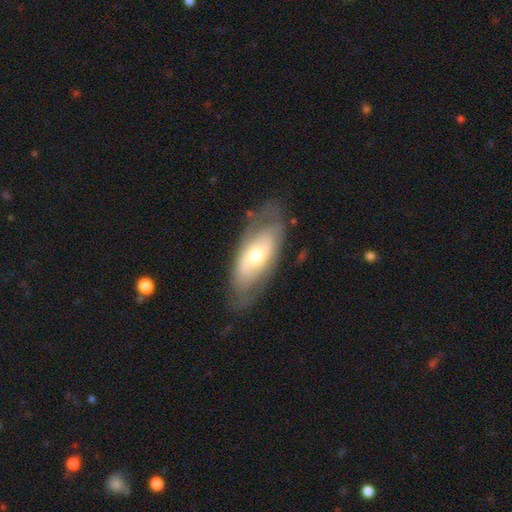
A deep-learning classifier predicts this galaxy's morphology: featured or disk 58%, smooth 35%, star or artifact 7%. Down the decision tree: edge-on disk — no (84%); merging — none (75%).